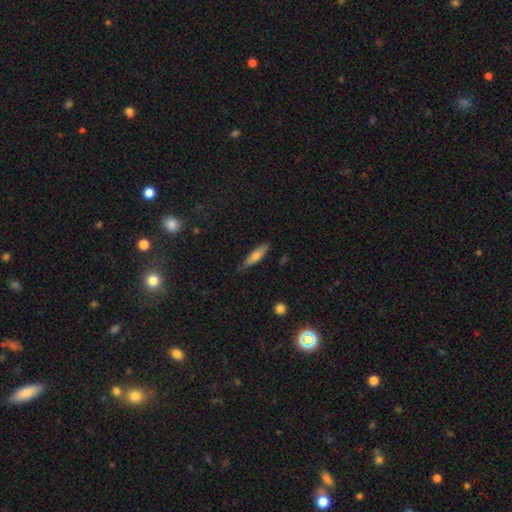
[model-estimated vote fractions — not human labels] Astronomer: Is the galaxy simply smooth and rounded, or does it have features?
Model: smooth — 67%.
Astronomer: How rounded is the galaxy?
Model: cigar-shaped — 72%.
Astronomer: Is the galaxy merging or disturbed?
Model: none — 80%.